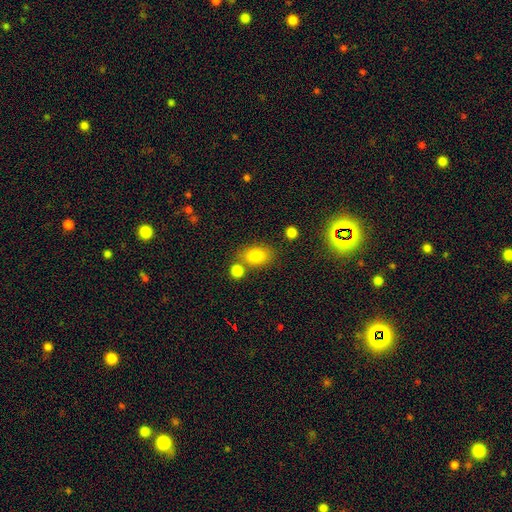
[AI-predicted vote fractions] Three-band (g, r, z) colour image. It shows a smooth galaxy with no disk features (82%) that is in between round and cigar-shaped (77%). Merging: none (63%).